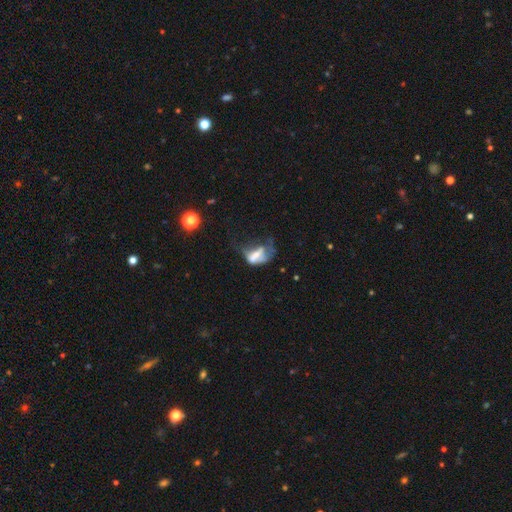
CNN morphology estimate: Smooth or featured? featured or disk (45%)
Merging? major disturbance (50%)